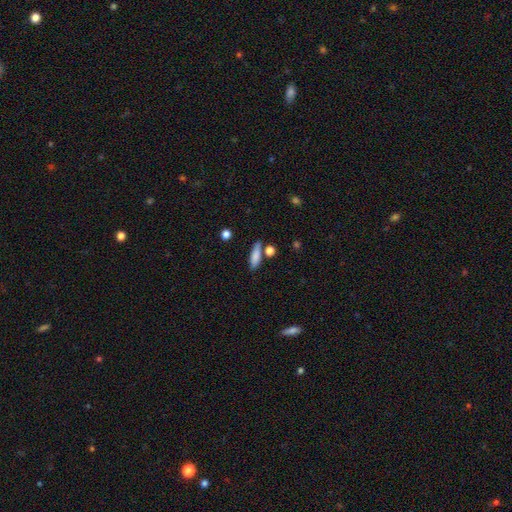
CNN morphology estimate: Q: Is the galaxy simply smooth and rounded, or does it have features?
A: smooth — 82%.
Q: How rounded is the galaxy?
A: cigar-shaped — 54%.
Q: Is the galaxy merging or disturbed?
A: none — 71%.